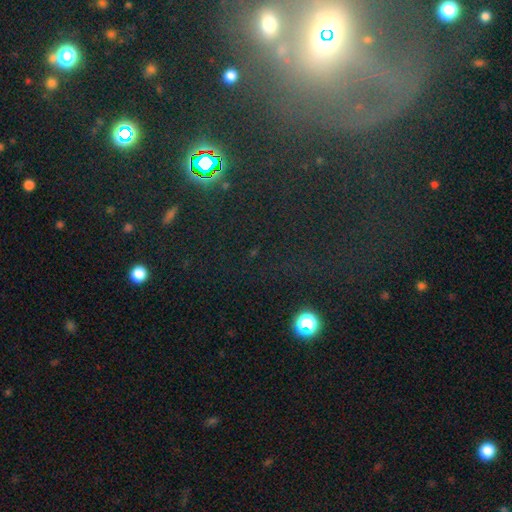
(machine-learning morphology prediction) Smooth or featured: star or artifact — 62% (smooth — 21%)